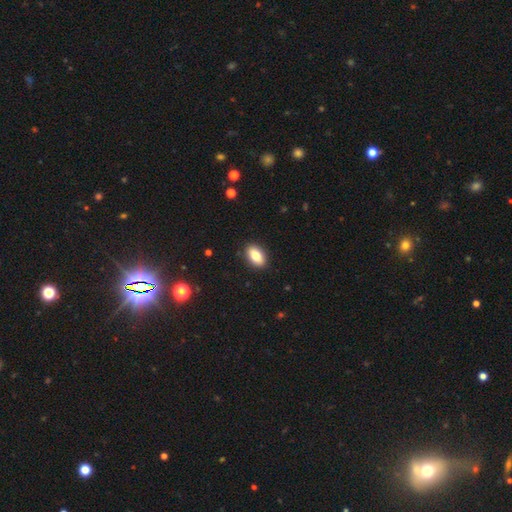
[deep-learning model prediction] A smooth galaxy with no disk features (81%) that is in between round and cigar-shaped (90%). Merging: none (89%).